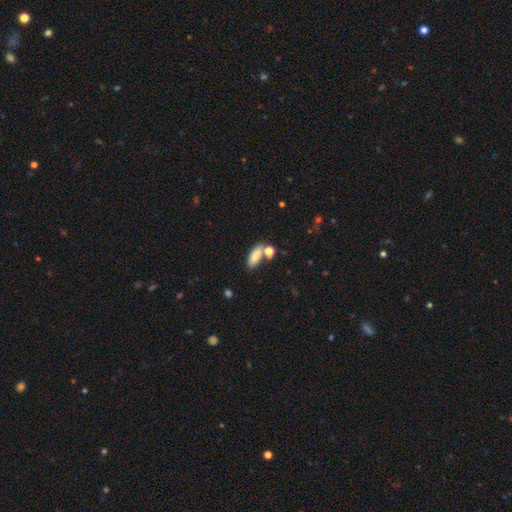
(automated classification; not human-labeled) Q: Smooth or featured?
A: smooth (79%); runner-up: featured or disk (13%)
Q: How rounded?
A: in between (78%); runner-up: cigar-shaped (18%)
Q: Merging?
A: none (63%); runner-up: merger (22%)